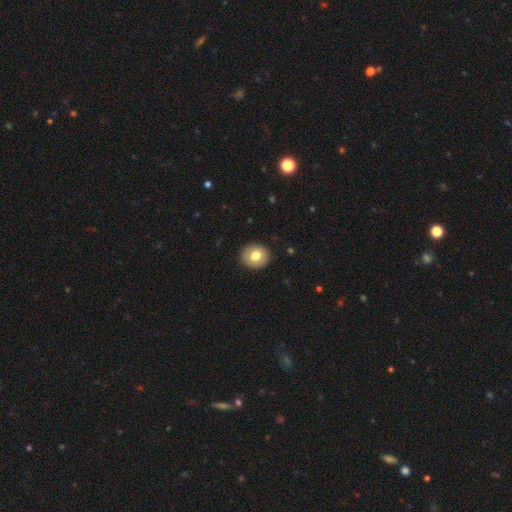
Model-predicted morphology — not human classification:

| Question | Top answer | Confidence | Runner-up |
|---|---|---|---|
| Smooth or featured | smooth | 77% | featured or disk (14%) |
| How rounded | round | 83% | in between (16%) |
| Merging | none | 91% | minor disturbance (6%) |